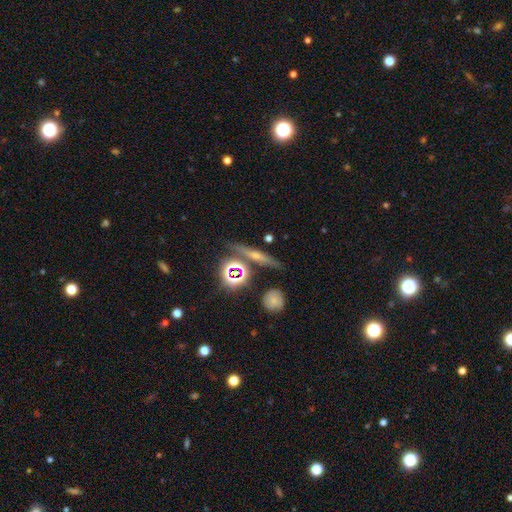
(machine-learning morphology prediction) This appears to be a featured or disk galaxy (48%). Merging: none (82%).